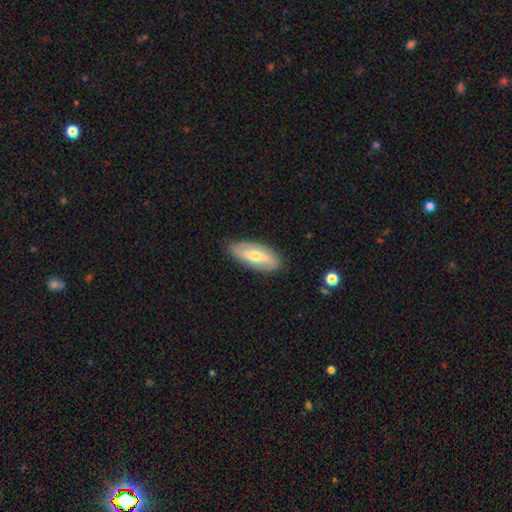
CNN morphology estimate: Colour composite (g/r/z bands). It shows a smooth galaxy with no disk features (49%). Merging: none (84%).